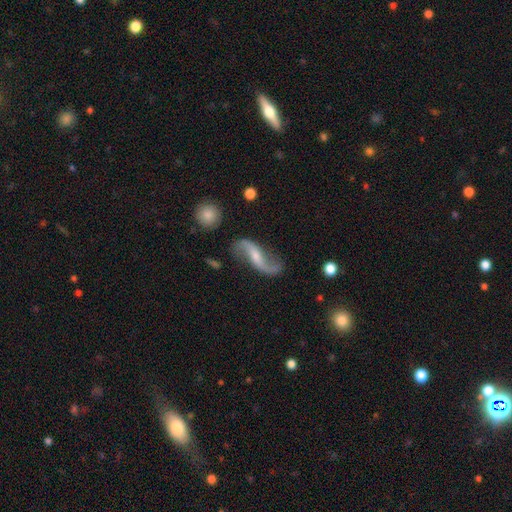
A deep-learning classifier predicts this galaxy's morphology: A featured or disk galaxy (88%) with no bar (40%), 2 (94%) loose (89%) spiral arms (96%) and a small central bulge (51%).

Vote fractions:
- Smooth or featured? featured or disk: 88% / smooth: 7% / star or artifact: 5%
- Edge-on disk? no: 94% / yes: 6%
- Bar? no: 40% / weak: 39% / strong: 21%
- Spiral arms? yes: 96% / no: 4%
- Spiral winding? loose: 89% / medium: 8% / tight: 3%
- Spiral arm count? 2: 94% / 1: 2% / can't tell: 1% / 3: 1% / 4: 1% / more than 4: 1%
- Bulge size? small: 51% / moderate: 35% / none: 10% / large: 3% / dominant: 1%
- Merging? none: 77% / minor disturbance: 14% / major disturbance: 6% / merger: 3%